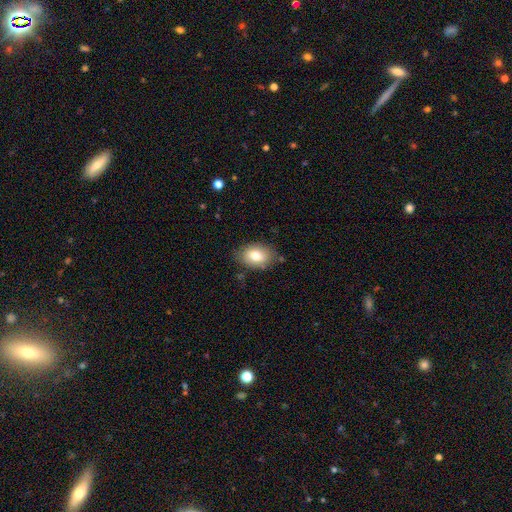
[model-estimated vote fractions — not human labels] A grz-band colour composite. It shows a smooth galaxy with no disk features (78%) that is in between round and cigar-shaped (80%). Merging: none (80%).